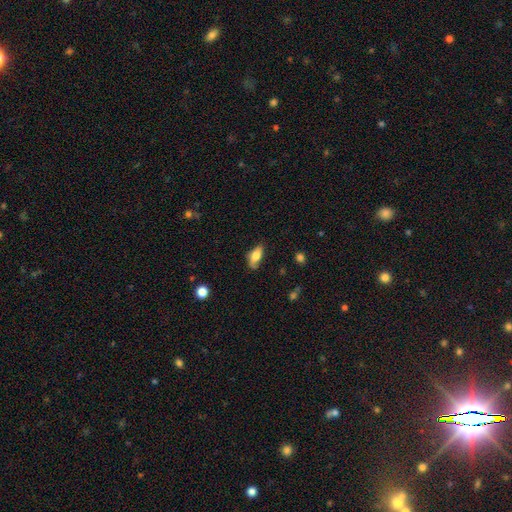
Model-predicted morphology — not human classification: Smooth or featured: smooth — 70% (featured or disk — 23%)
How rounded: in between — 85% (cigar-shaped — 11%)
Merging: none — 56% (minor disturbance — 32%)